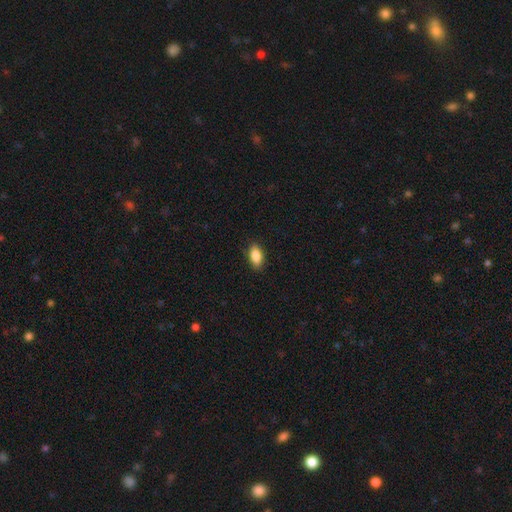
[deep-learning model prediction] smooth 86%, star or artifact 7%, featured or disk 6%. Down the decision tree: how rounded — in between (89%); merging — none (87%).